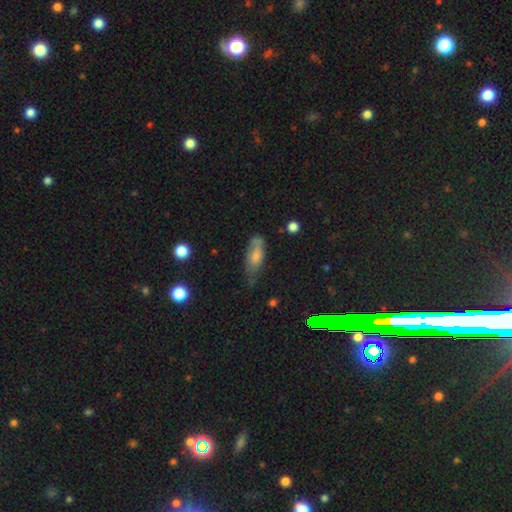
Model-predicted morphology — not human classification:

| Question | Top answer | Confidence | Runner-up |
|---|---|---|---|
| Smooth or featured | smooth | 56% | featured or disk (31%) |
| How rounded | in between | 72% | cigar-shaped (24%) |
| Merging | none | 53% | minor disturbance (33%) |